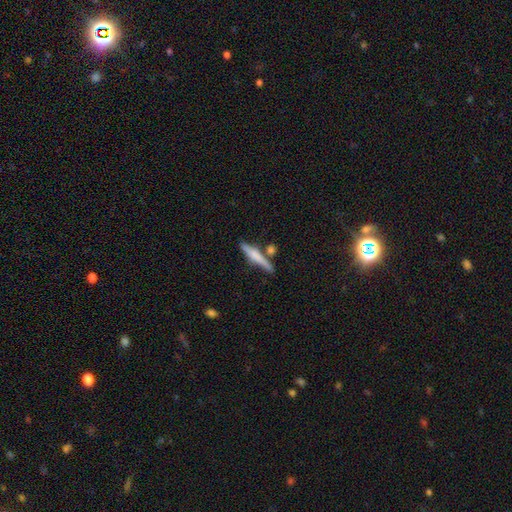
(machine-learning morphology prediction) Smooth or featured? smooth (52%)
How rounded? cigar-shaped (88%)
Merging? none (69%)